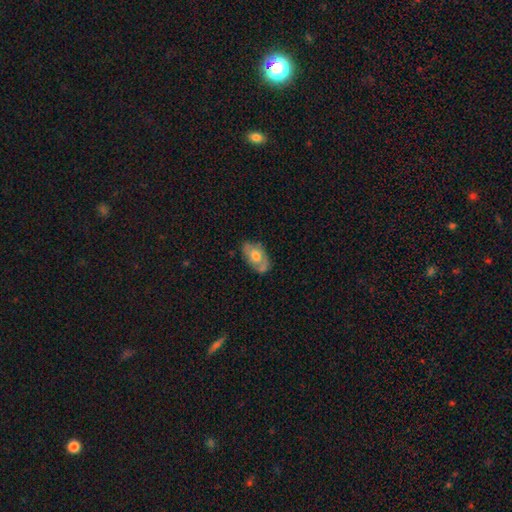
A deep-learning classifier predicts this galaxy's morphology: Overall: smooth (53%; featured or disk 41%). How rounded: in between (90%). Merging: none (66%).